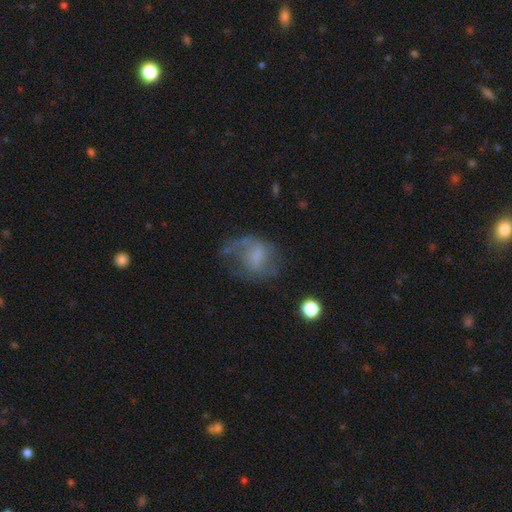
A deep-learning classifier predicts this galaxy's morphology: smooth-or-featured: featured or disk: 50% | smooth: 38% | star or artifact: 12%
  merging: none: 40% | major disturbance: 33% | minor disturbance: 24% | merger: 3%